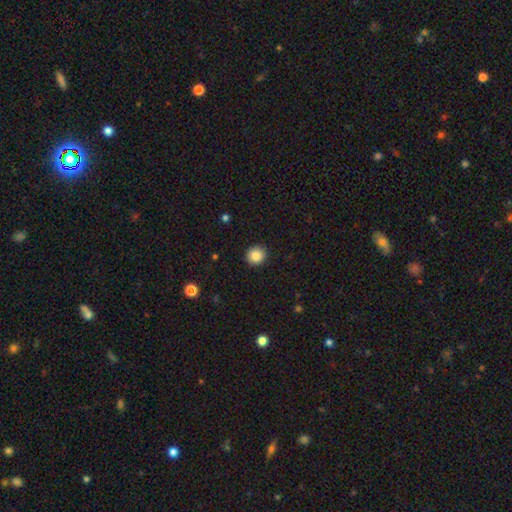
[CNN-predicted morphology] smooth 86%, star or artifact 9%, featured or disk 5%. Down the decision tree: how rounded — round (91%); merging — none (92%).